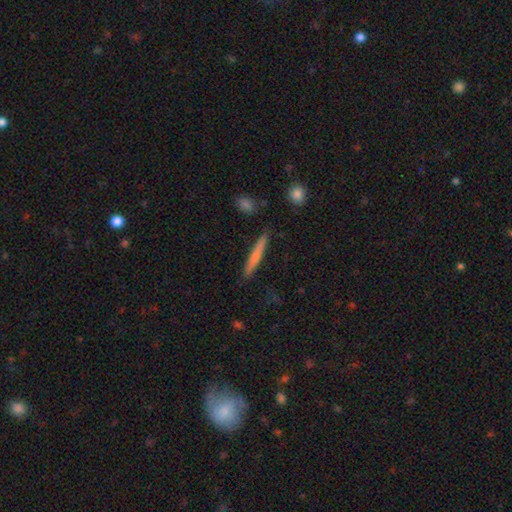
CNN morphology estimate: Overall: smooth (68%). How rounded: cigar-shaped (95%). Merging: none (90%).